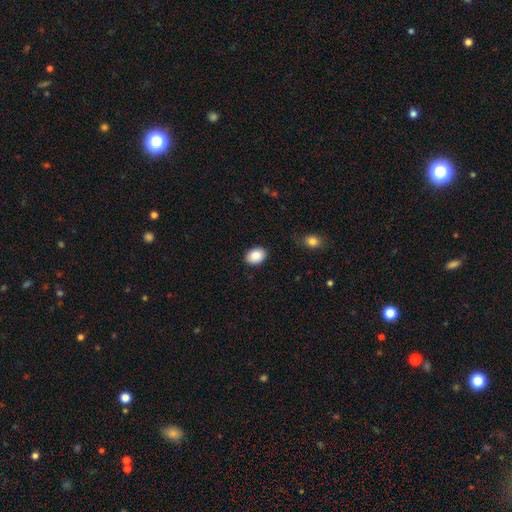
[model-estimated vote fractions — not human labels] Smooth or featured? smooth (88%)
How rounded? in between (69%)
Merging? none (88%)